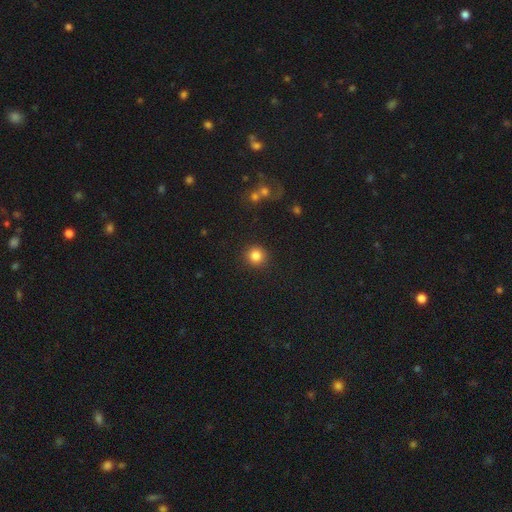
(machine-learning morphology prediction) The model was most divided on "smooth or featured": smooth: 83%, star or artifact: 11%, featured or disk: 6%. More confident: how rounded — round (93%); merging — none (90%).